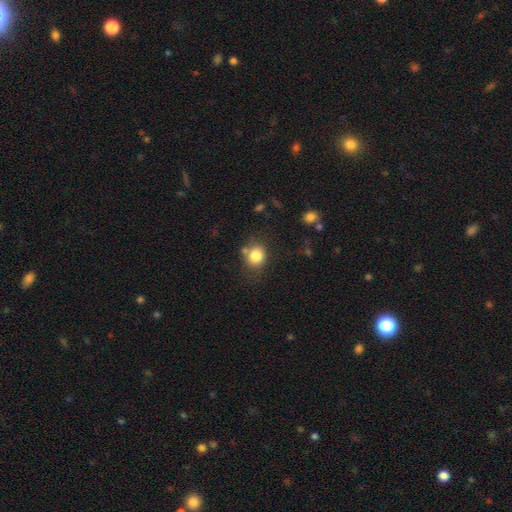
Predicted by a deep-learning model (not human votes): Morphology: type=smooth (82%); roundness=round (73%); merging=none (69%).